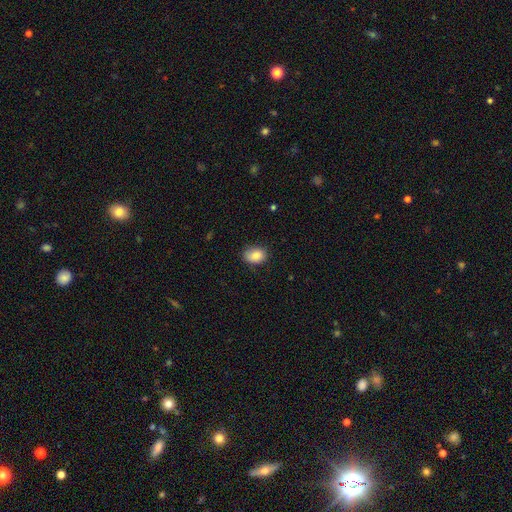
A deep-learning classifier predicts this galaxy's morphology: Overall: smooth (85%). How rounded: in between (69%; round 30%). Merging: none (77%).